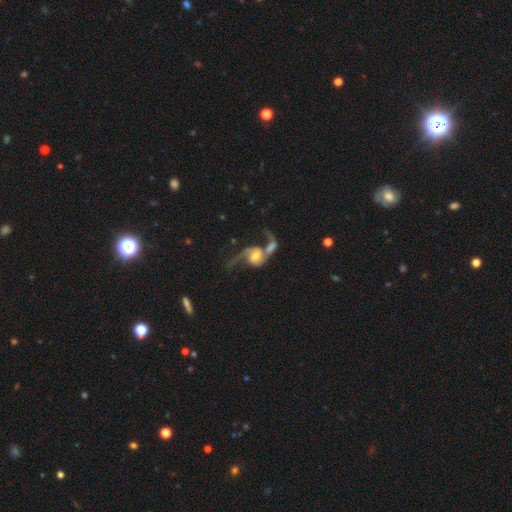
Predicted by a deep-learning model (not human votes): This appears to be a featured or disk galaxy (83%) with no bar (57%), 2 (85%) loose (69%) spiral arms (94%) and a moderate central bulge (52%). Merging: merger (47%).